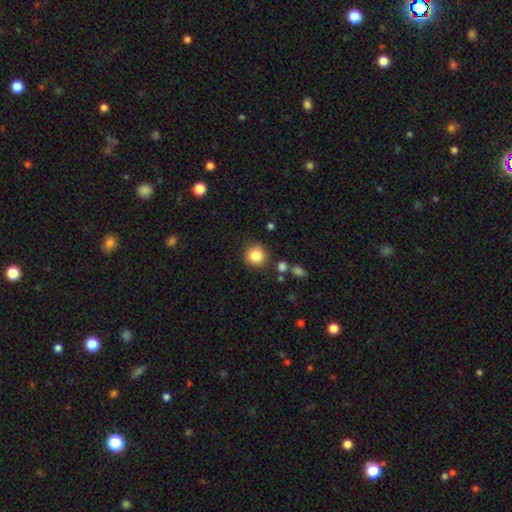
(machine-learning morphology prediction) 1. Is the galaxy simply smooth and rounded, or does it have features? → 85% smooth, 10% star or artifact, 5% featured or disk.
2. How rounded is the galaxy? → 91% round, 8% in between, 1% cigar-shaped.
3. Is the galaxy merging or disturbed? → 83% none, 10% minor disturbance, 4% merger, 3% major disturbance.